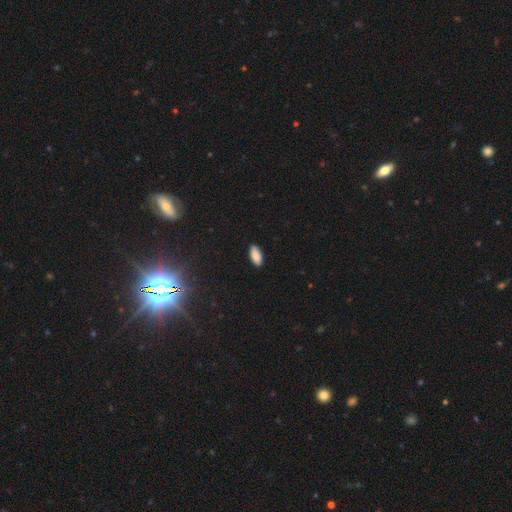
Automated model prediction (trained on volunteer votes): Overall: smooth (88%). How rounded: in between (89%). Merging: none (88%).